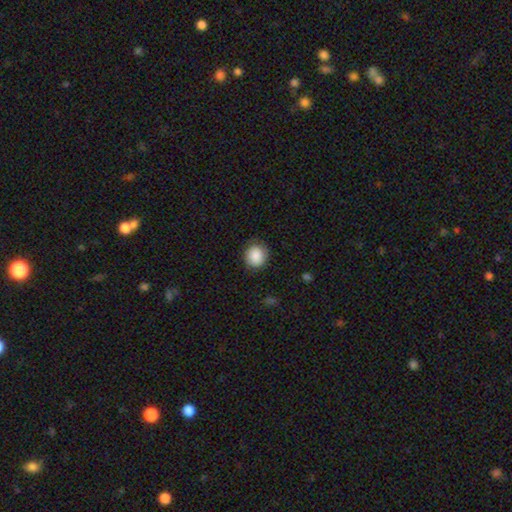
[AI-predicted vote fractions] smooth-or-featured: smooth: 86% | star or artifact: 7% | featured or disk: 7%
  how-rounded: round: 81% | in between: 18% | cigar-shaped: 1%
  merging: none: 80% | minor disturbance: 15% | major disturbance: 4% | merger: 1%